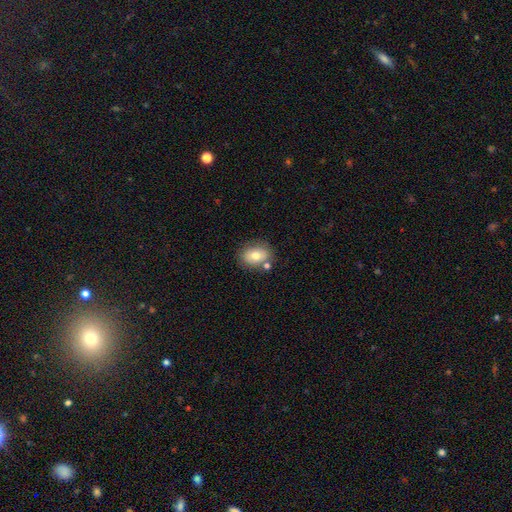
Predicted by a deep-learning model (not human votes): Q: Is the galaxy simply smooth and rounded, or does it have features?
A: smooth — 73%.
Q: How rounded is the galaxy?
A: in between — 63%.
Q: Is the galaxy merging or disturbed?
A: none — 72%.